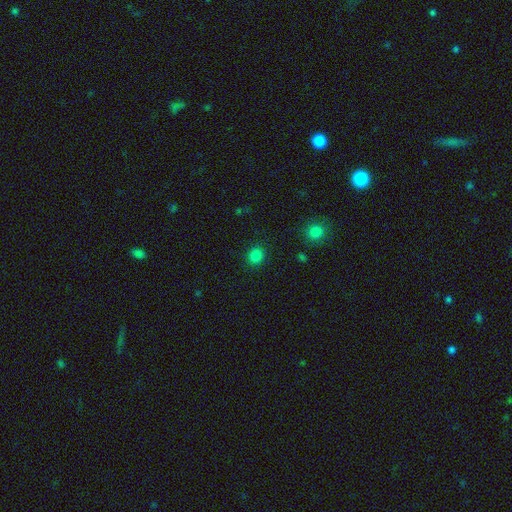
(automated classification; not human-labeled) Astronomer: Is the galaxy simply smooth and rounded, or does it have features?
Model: smooth — 83%.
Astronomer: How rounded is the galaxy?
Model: round — 77%.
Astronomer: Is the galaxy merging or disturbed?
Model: none — 89%.